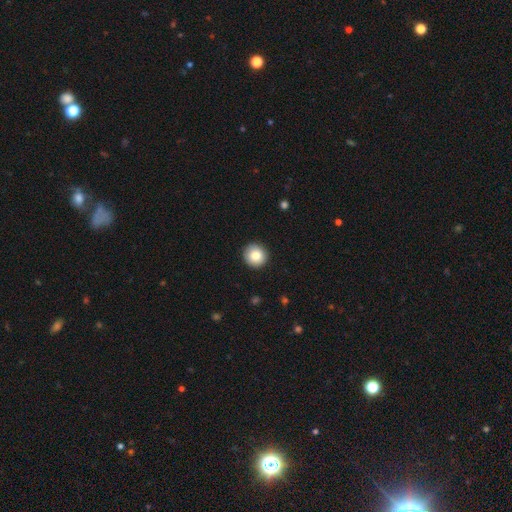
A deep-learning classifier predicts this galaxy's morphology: This is clearly a smooth galaxy (84%). How rounded: clearly round (94%). Merging: clearly none (92%).